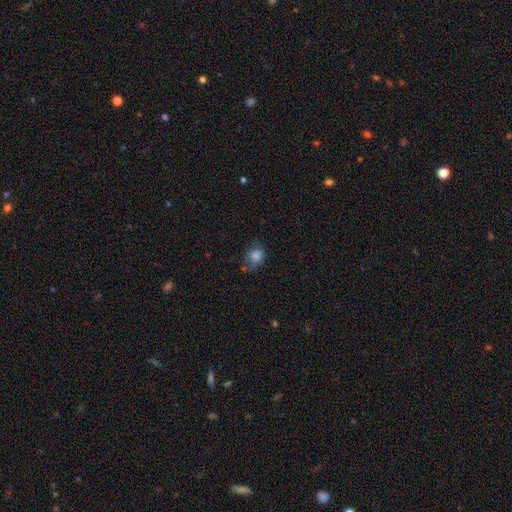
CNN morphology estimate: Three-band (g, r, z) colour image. It shows a smooth galaxy with no disk features (79%) that is in between round and cigar-shaped (54%). Merging: none (52%).